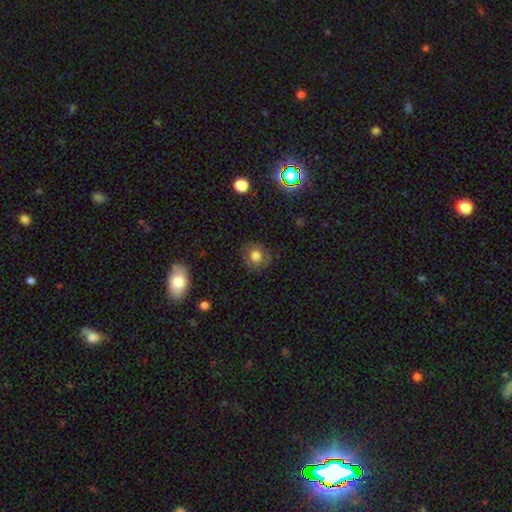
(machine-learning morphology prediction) This is likely a smooth galaxy (72%). How rounded: clearly round (82%). Merging: clearly none (81%).